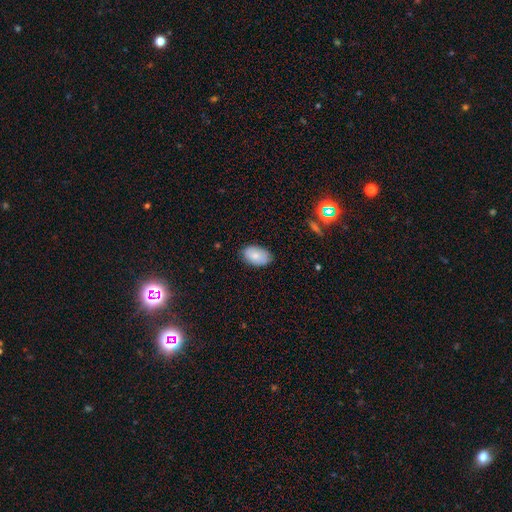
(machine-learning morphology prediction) This appears to be a smooth galaxy with no disk features (80%) that is in between round and cigar-shaped (93%). Merging: none (79%).